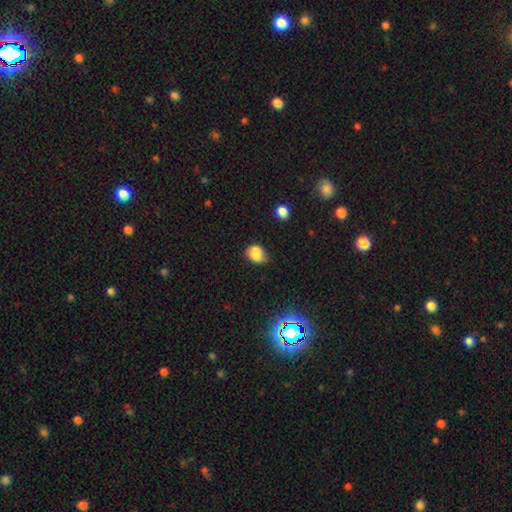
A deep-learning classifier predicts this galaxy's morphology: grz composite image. It shows a smooth galaxy with no disk features (69%) that is in between round and cigar-shaped (59%). Merging: merger (44%).